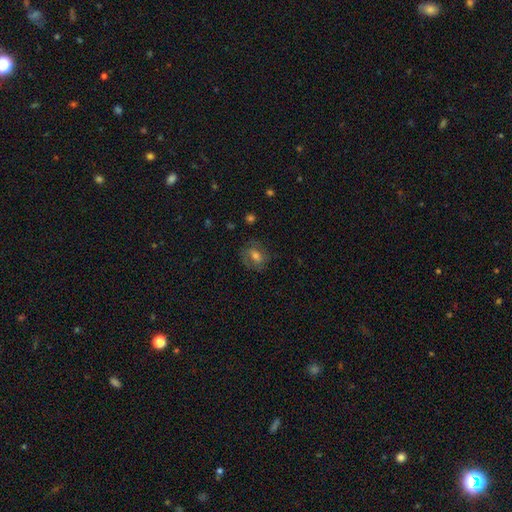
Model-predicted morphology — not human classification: smooth_or_featured: smooth (p=0.51) [alt: featured or disk p=0.37]
how_rounded: round (p=0.51) [alt: in between p=0.47]
merging: none (p=0.73) [alt: minor disturbance p=0.18]